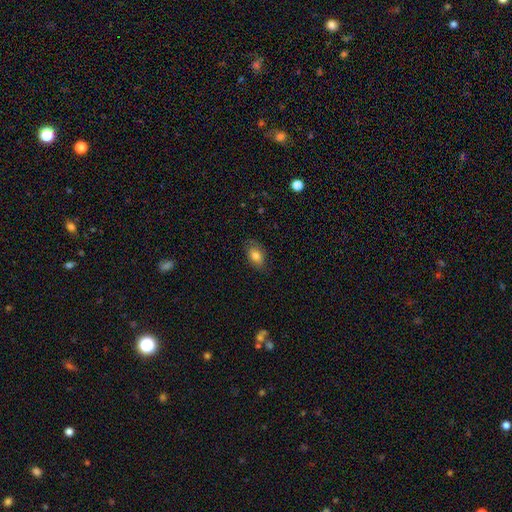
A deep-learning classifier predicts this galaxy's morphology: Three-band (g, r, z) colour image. It shows a smooth galaxy with no disk features (76%) that is in between round and cigar-shaped (86%). Merging: none (75%).